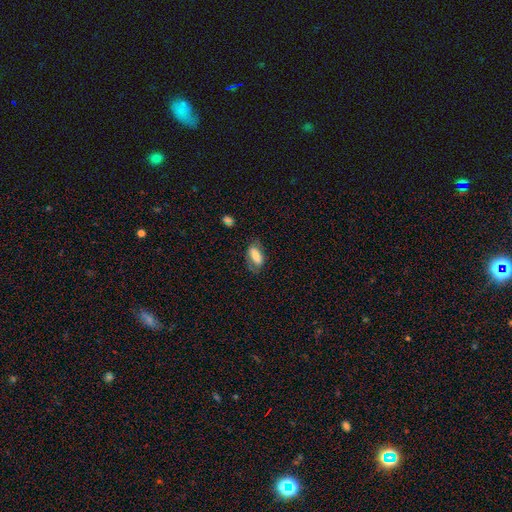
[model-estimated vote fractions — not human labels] smooth-or-featured: smooth: 63% | featured or disk: 30% | star or artifact: 7%
  how-rounded: in between: 86% | cigar-shaped: 10% | round: 4%
  merging: none: 65% | minor disturbance: 22% | major disturbance: 11% | merger: 2%